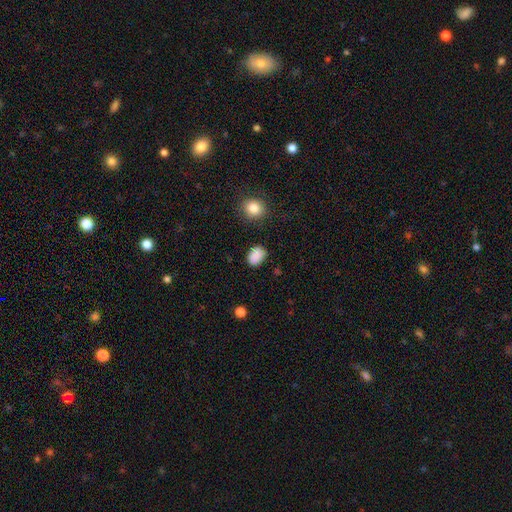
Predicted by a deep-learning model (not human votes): smooth 88%, star or artifact 9%, featured or disk 3%. Down the decision tree: how rounded — in between (73%); merging — none (80%).